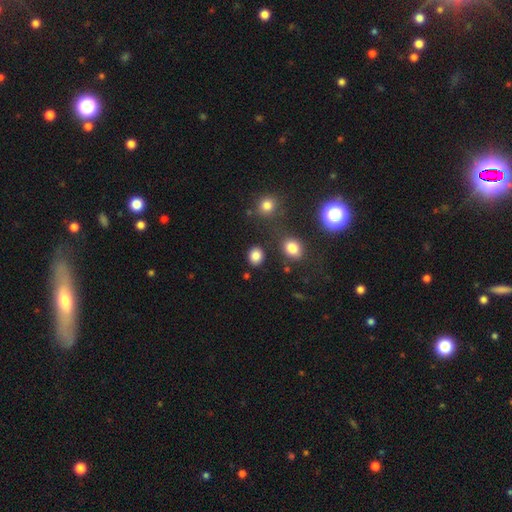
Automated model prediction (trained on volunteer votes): smooth 84%, star or artifact 12%, featured or disk 5%. Down the decision tree: how rounded — round (61%); merging — none (83%).